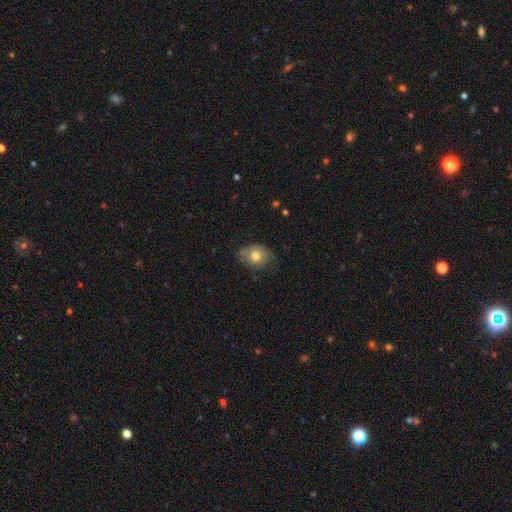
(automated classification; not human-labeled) Smooth or featured? smooth (75%)
How rounded? in between (51%)
Merging? none (63%)